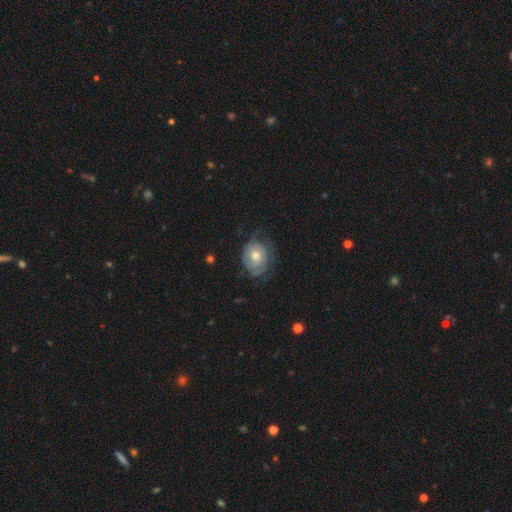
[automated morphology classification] A featured or disk galaxy (51%). Merging: none (58%).